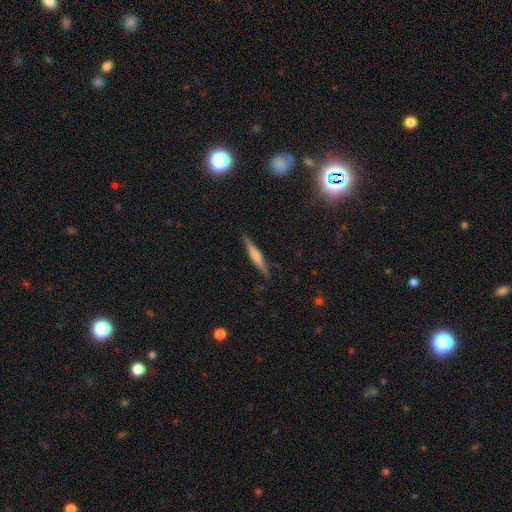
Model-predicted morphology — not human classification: Smooth or featured? Predicted: featured or disk (p=0.58). Edge-on disk? Predicted: yes (p=0.98). Edge-on bulge? Predicted: rounded (p=0.61). Merging? Predicted: none (p=0.90).